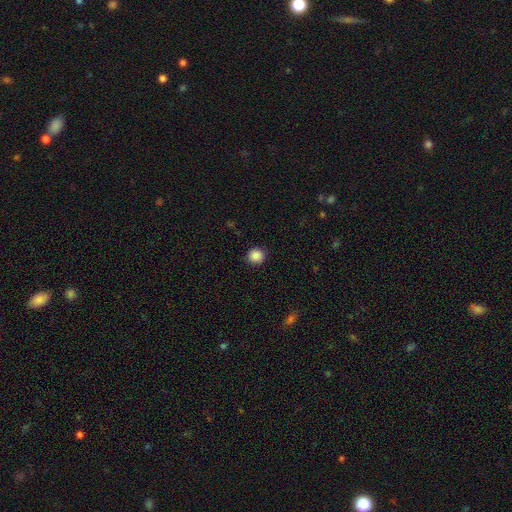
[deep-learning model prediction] The model was most divided on "smooth or featured": smooth: 87%, star or artifact: 9%, featured or disk: 3%. More confident: how rounded — round (91%); merging — none (91%).